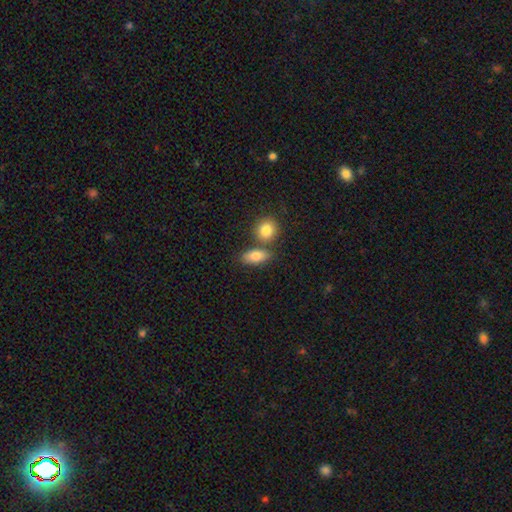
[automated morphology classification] Smooth or featured? smooth (82%)
How rounded? in between (78%)
Merging? none (60%)